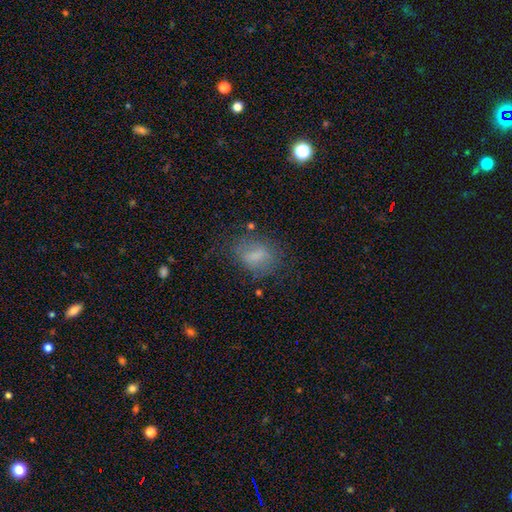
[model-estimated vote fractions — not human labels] The model was most divided on "smooth or featured": smooth: 65%, featured or disk: 23%, star or artifact: 13%. More confident: how rounded — in between (70%); merging — none (63%).